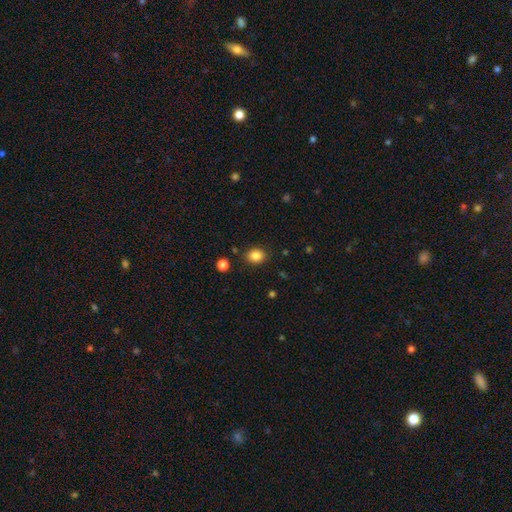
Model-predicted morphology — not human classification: Overall: smooth (85%). How rounded: round (55%; in between 44%). Merging: none (86%).